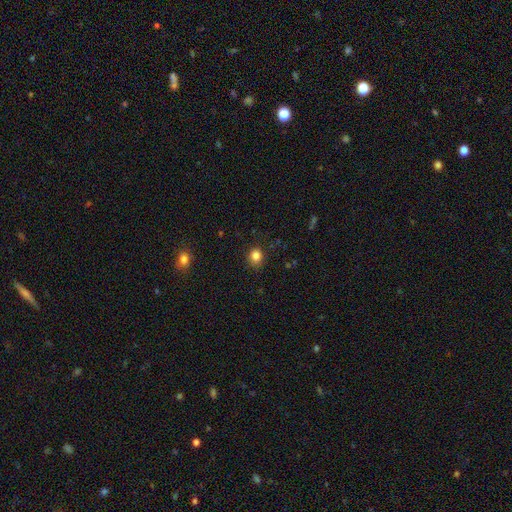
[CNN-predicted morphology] Overall: smooth (84%). How rounded: round (71%). Merging: none (82%).